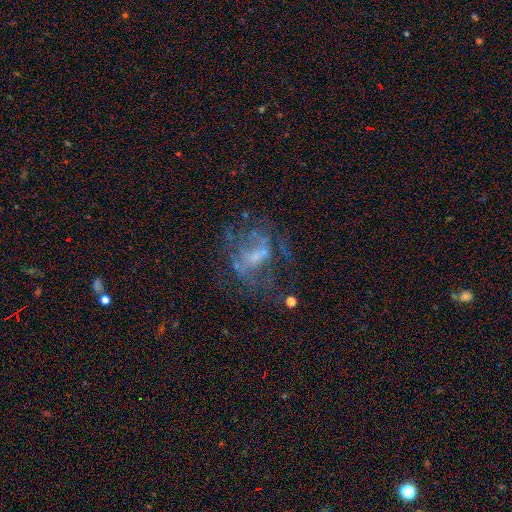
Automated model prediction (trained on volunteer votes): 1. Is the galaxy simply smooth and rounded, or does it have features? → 61% featured or disk, 20% smooth, 18% star or artifact.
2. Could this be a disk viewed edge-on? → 97% no, 3% yes.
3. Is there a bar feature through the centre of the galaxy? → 64% no, 27% weak, 8% strong.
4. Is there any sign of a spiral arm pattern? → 71% no, 29% yes.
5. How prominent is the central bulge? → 40% none, 33% small, 21% moderate, 4% large, 1% dominant.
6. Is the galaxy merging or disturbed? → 42% none, 36% major disturbance, 17% minor disturbance, 6% merger.